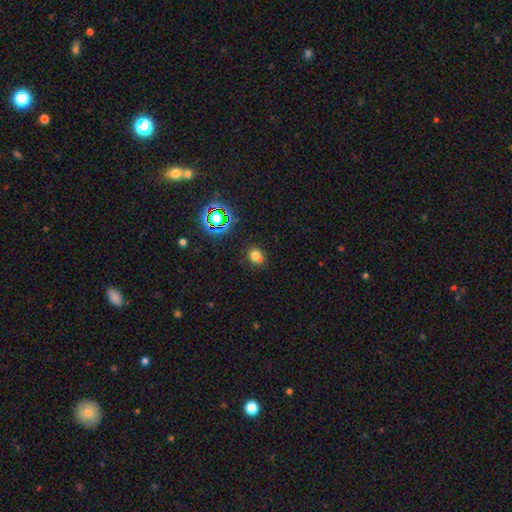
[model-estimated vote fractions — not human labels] Smooth or featured? Predicted: smooth (p=0.70). How rounded? Predicted: round (p=0.53). Merging? Predicted: none (p=0.67).